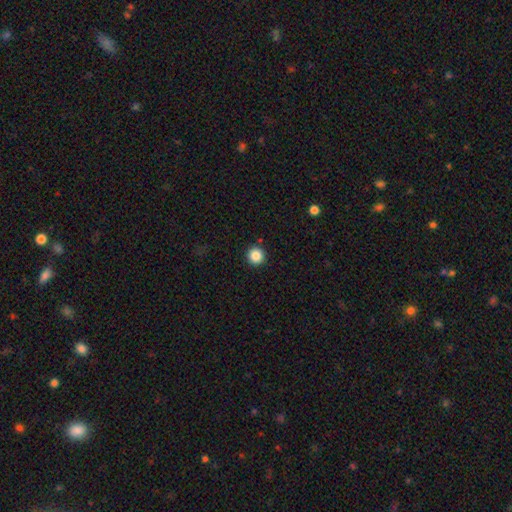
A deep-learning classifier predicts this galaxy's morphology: This appears to be a smooth galaxy with no disk features (86%) that is round (96%). Merging: none (93%).